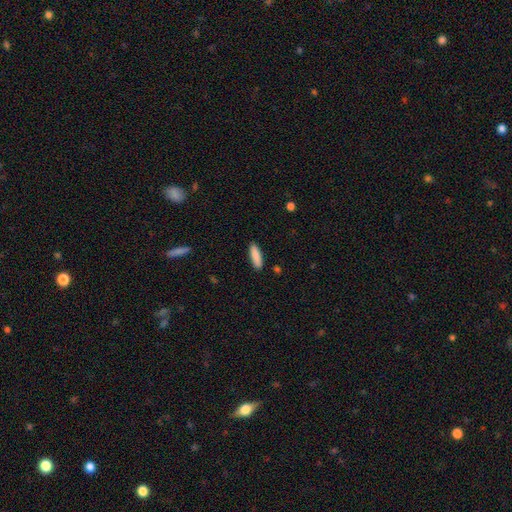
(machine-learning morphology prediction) This appears to be a smooth galaxy with no disk features (89%) that is cigar-shaped (60%). Merging: none (89%).